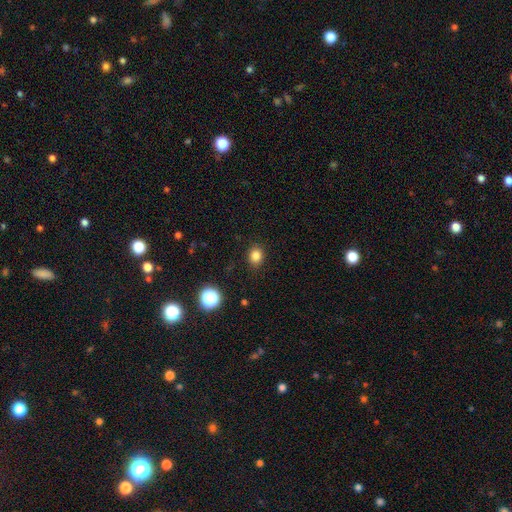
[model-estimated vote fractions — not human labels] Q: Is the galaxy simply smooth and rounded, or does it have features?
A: smooth — 82%.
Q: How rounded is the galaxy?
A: round — 67%.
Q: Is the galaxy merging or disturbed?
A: none — 89%.